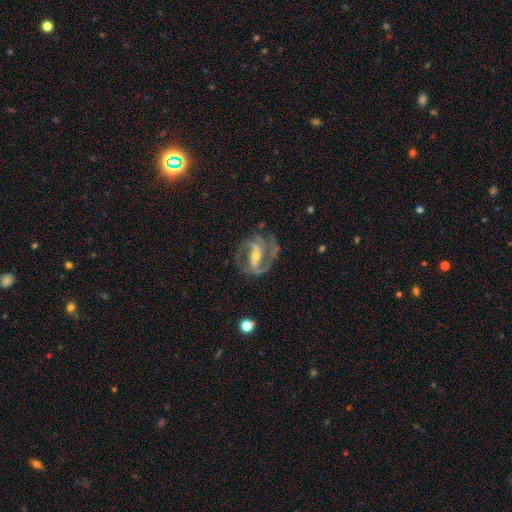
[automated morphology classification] Smooth or featured?
  - featured or disk: 91% *
  - star or artifact: 5%
  - smooth: 4%
Edge-on disk?
  - no: 97% *
  - yes: 3%
Bar?
  - strong: 59% *
  - weak: 29%
  - no: 13%
Spiral arms?
  - yes: 97% *
  - no: 3%
Spiral winding?
  - medium: 55% *
  - tight: 29%
  - loose: 16%
Spiral arm count?
  - 2: 77% *
  - 3: 11%
  - can't tell: 5%
  - 1: 3%
  - 4: 2%
  - more than 4: 2%
Bulge size?
  - small: 55% *
  - moderate: 40%
  - large: 2%
  - none: 2%
  - dominant: 1%
Merging?
  - none: 71% *
  - minor disturbance: 16%
  - major disturbance: 11%
  - merger: 2%